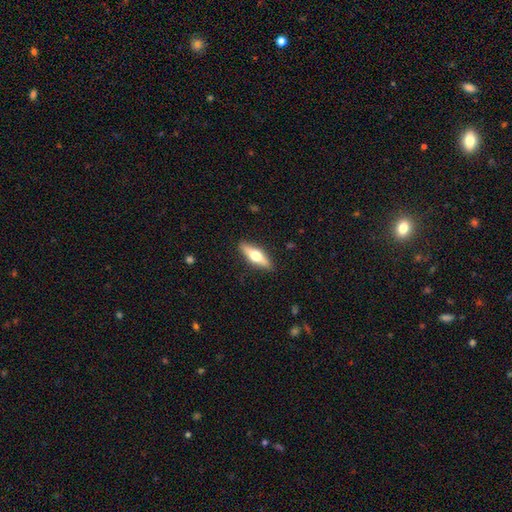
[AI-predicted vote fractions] Smooth or featured?
  - smooth: 48% *
  - featured or disk: 47%
  - star or artifact: 6%
Merging?
  - none: 89% *
  - minor disturbance: 8%
  - major disturbance: 2%
  - merger: 1%